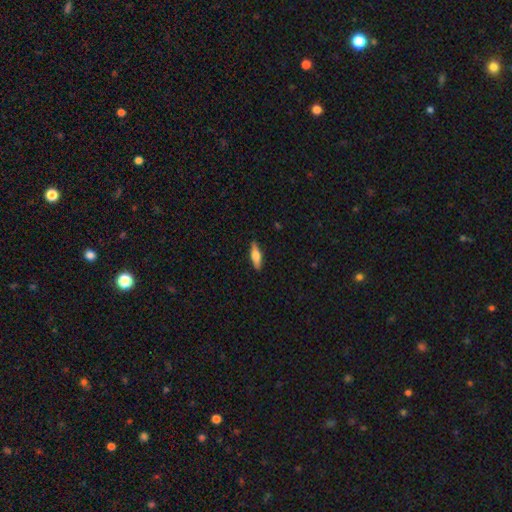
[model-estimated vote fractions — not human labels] Smooth or featured: smooth — 58% (featured or disk — 36%)
How rounded: cigar-shaped — 53% (in between — 45%)
Merging: none — 88% (minor disturbance — 9%)